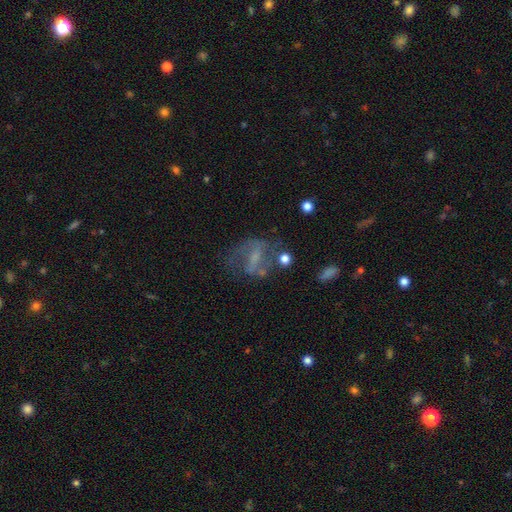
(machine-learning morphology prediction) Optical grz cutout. It shows a featured or disk galaxy (62%) with a weak bar (42%), spiral arms (69%) and no central bulge (38%). Merging: none (51%).